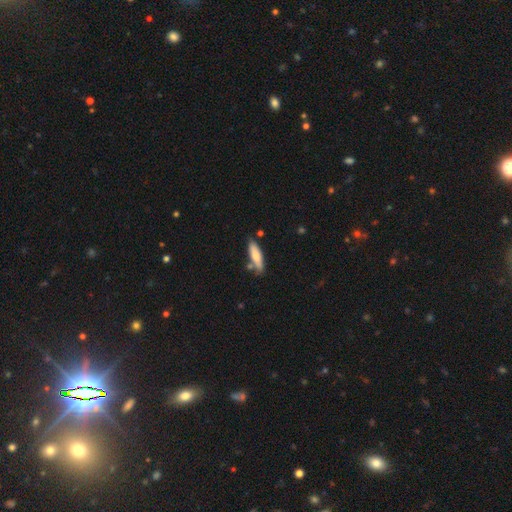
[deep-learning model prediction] smooth-or-featured: smooth: 72% | featured or disk: 22% | star or artifact: 6%
  how-rounded: cigar-shaped: 63% | in between: 35% | round: 2%
  merging: none: 74% | minor disturbance: 15% | merger: 7% | major disturbance: 3%